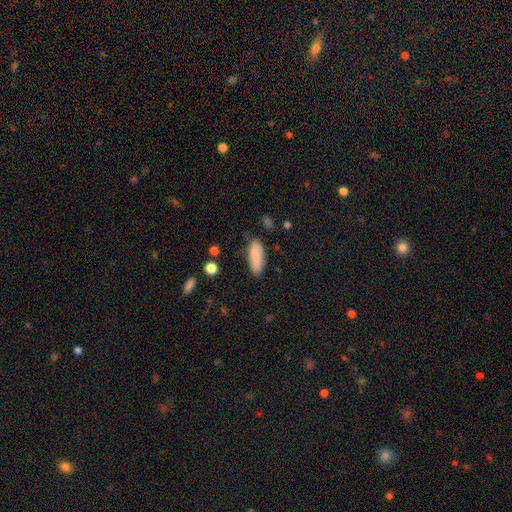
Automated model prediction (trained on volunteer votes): This appears to be a smooth galaxy with no disk features (86%) that is in between round and cigar-shaped (71%). Merging: none (79%).